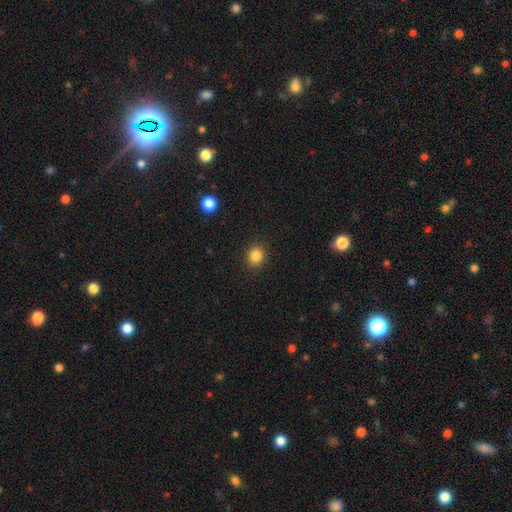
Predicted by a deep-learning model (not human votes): Smooth or featured? smooth (85%)
How rounded? round (76%)
Merging? none (90%)